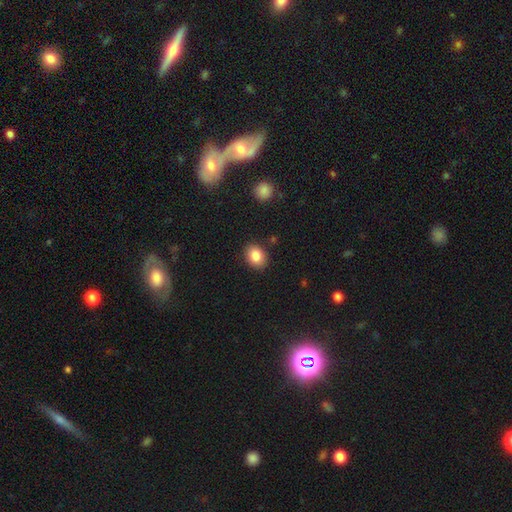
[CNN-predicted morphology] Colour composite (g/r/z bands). It shows a smooth galaxy with no disk features (85%) that is in between round and cigar-shaped (57%). Merging: none (87%).